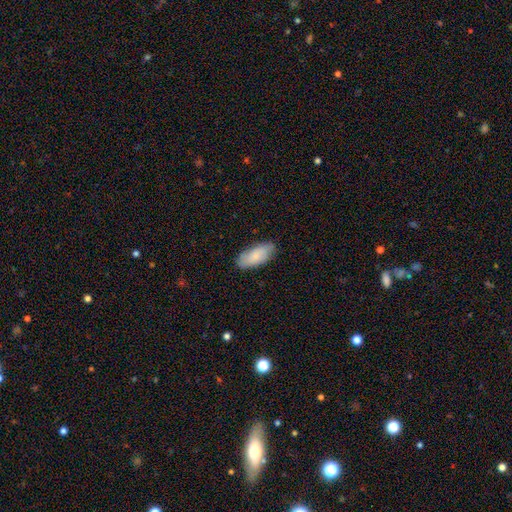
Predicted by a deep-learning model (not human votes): This appears to be a smooth galaxy with no disk features (77%) that is in between round and cigar-shaped (87%). Merging: none (82%).